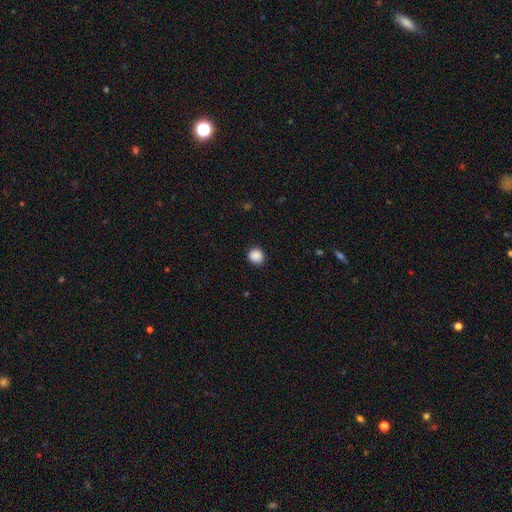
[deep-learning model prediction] A smooth galaxy with no disk features (88%) that is round (87%).

Vote fractions:
- Smooth or featured? smooth: 88% / star or artifact: 9% / featured or disk: 2%
- How rounded? round: 87% / in between: 12% / cigar-shaped: 1%
- Merging? none: 89% / minor disturbance: 8% / major disturbance: 2% / merger: 1%